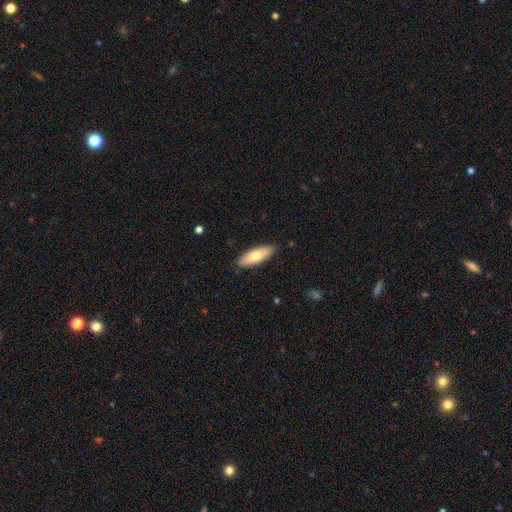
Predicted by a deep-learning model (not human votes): Morphology: type=smooth (70%); roundness=in between (69%); merging=none (88%).